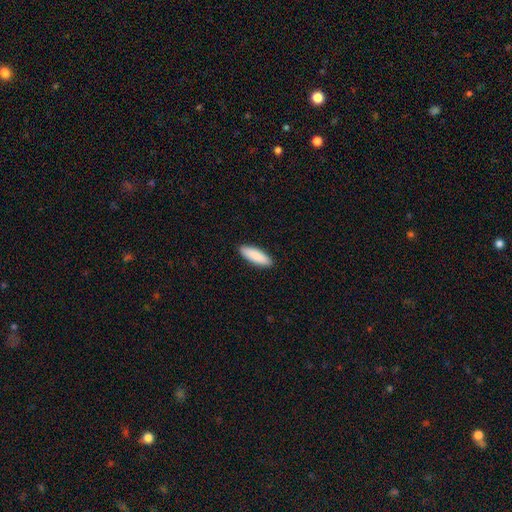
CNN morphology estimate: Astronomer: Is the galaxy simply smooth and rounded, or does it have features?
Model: smooth — 88%.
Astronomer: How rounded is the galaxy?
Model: in between — 53% (runner-up: cigar-shaped, 45%).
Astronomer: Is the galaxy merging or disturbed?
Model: none — 91%.